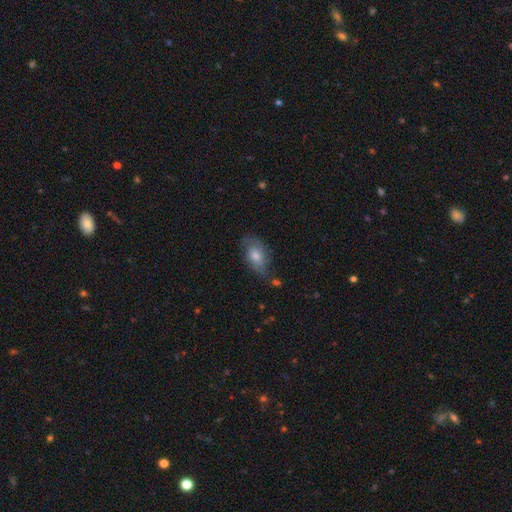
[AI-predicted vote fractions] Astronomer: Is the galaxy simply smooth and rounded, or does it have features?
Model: featured or disk — 45%, tied with smooth at 45%.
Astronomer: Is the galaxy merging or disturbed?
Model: none — 63%.